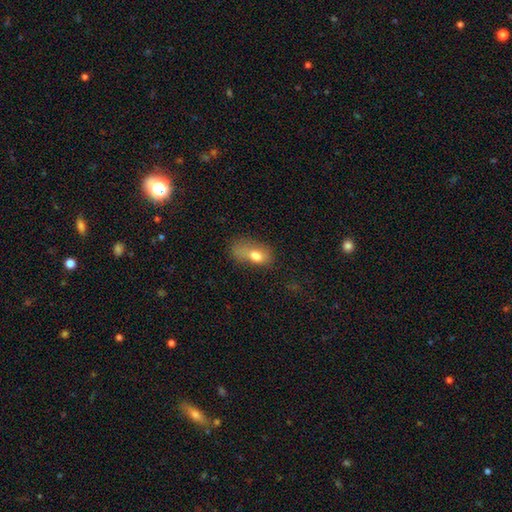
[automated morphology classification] type=smooth (75%); roundness=in between (85%); merging=major disturbance (33%).